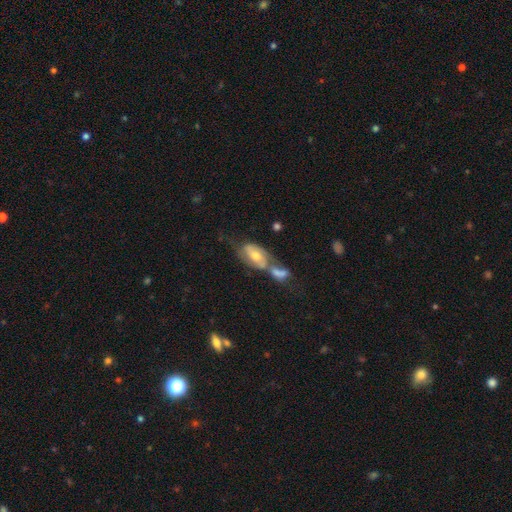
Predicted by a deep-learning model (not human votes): Smooth or featured?
  - featured or disk: 57% *
  - smooth: 34%
  - star or artifact: 8%
Edge-on disk?
  - no: 93% *
  - yes: 7%
Bar?
  - no: 51% *
  - weak: 33%
  - strong: 16%
Spiral arms?
  - yes: 65% *
  - no: 35%
Bulge size?
  - moderate: 66% *
  - small: 25%
  - large: 6%
  - none: 2%
  - dominant: 1%
Merging?
  - merger: 56% *
  - none: 21%
  - minor disturbance: 12%
  - major disturbance: 11%